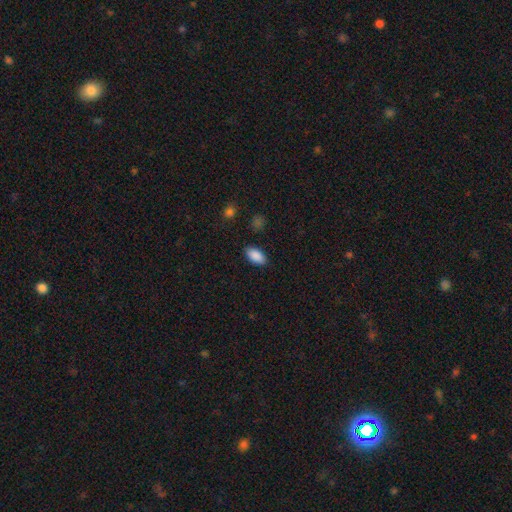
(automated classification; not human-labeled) This appears to be a smooth galaxy with no disk features (89%) that is in between round and cigar-shaped (93%). Merging: none (87%).